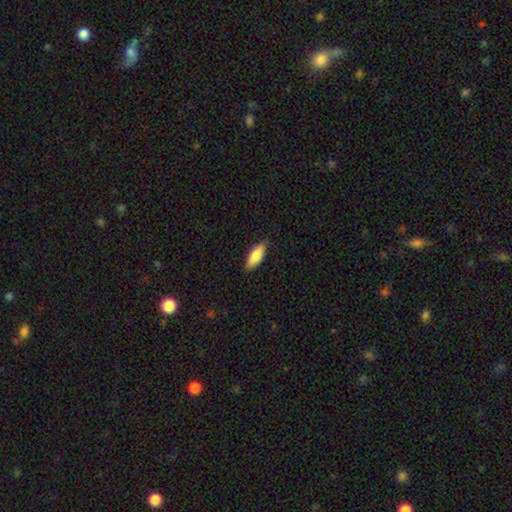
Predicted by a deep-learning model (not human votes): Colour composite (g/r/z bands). It shows a smooth galaxy with no disk features (78%) that is in between round and cigar-shaped (66%). Merging: none (86%).